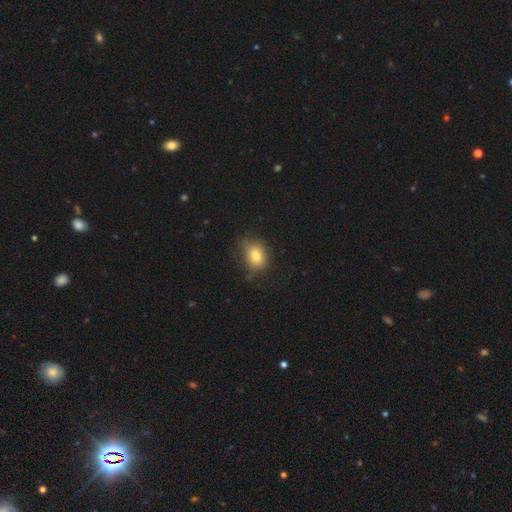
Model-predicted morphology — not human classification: Overall: smooth (81%). How rounded: in between (62%; round 36%). Merging: none (67%).